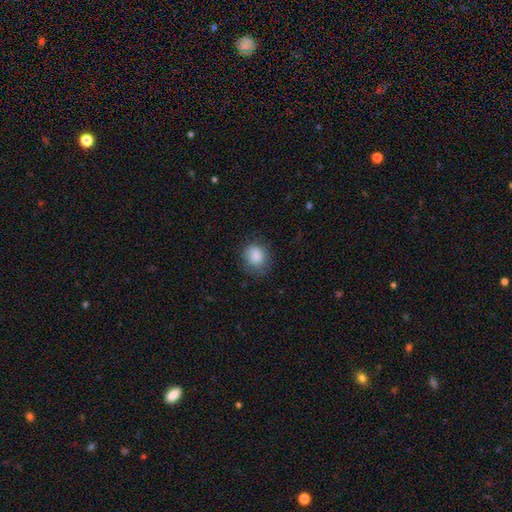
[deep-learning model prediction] This is clearly a smooth galaxy (86%). How rounded: likely round (72%). Merging: likely none (74%).